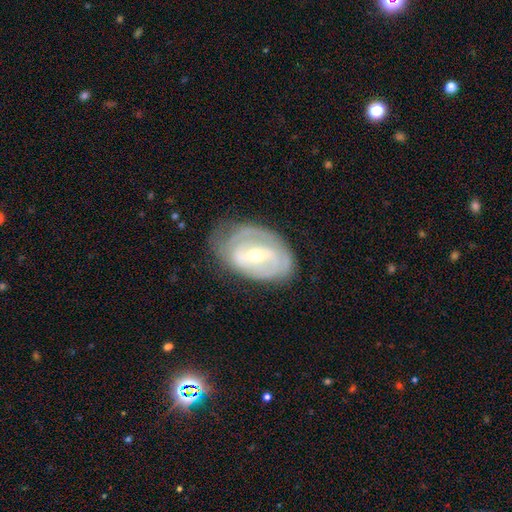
Q: Smooth or featured?
A: featured or disk (88%); runner-up: star or artifact (10%)
Q: Edge-on disk?
A: no (86%); runner-up: yes (14%)
Q: Bar?
A: weak (57%); runner-up: strong (27%)
Q: Spiral arms?
A: yes (87%); runner-up: no (13%)
Q: Spiral winding?
A: medium (46%); runner-up: tight (38%)
Q: Spiral arm count?
A: 2 (54%); runner-up: can't tell (23%)
Q: Bulge size?
A: small (57%); runner-up: moderate (40%)
Q: Merging?
A: none (69%); runner-up: minor disturbance (25%)